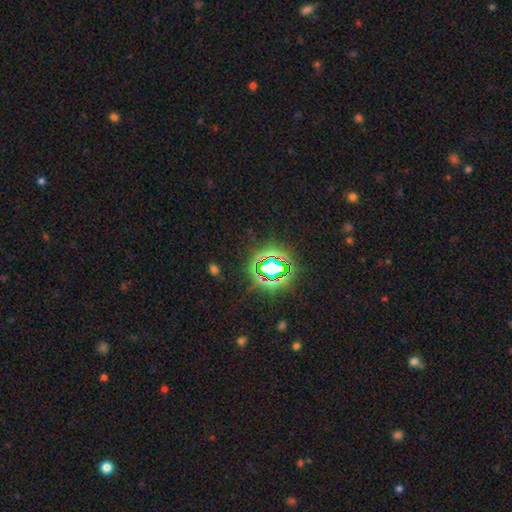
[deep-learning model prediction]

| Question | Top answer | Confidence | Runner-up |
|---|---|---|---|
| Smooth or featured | star or artifact | 78% | smooth (14%) |